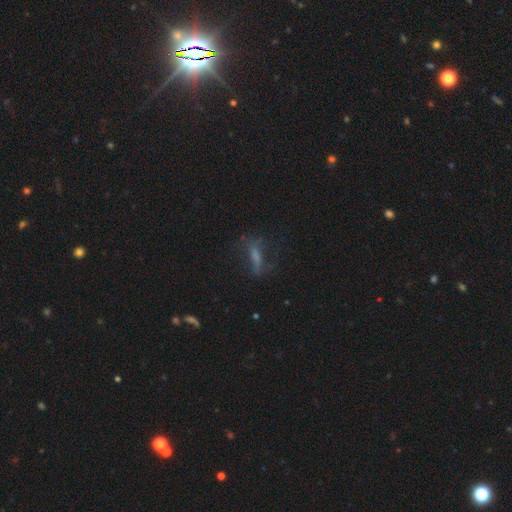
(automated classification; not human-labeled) smooth-or-featured: featured or disk: 43% | smooth: 34% | star or artifact: 23%
  merging: none: 61% | minor disturbance: 20% | major disturbance: 18% | merger: 2%